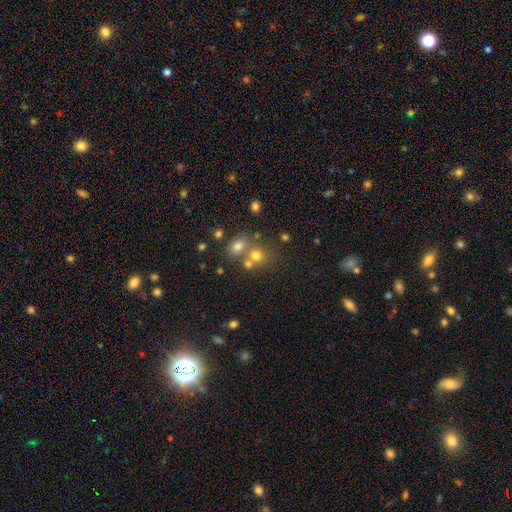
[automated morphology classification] Smooth or featured?
  - smooth: 66% *
  - star or artifact: 19%
  - featured or disk: 14%
How rounded?
  - round: 74% *
  - in between: 25%
  - cigar-shaped: 1%
Merging?
  - none: 48% *
  - merger: 39%
  - minor disturbance: 9%
  - major disturbance: 4%